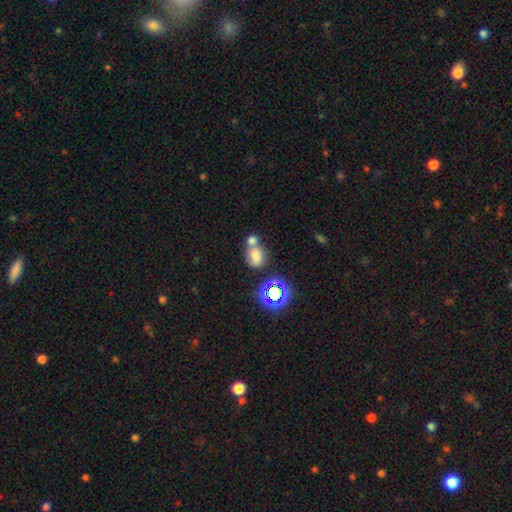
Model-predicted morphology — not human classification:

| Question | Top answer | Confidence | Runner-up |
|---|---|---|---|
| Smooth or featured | smooth | 66% | star or artifact (21%) |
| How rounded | in between | 56% | round (43%) |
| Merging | merger | 47% | none (36%) |